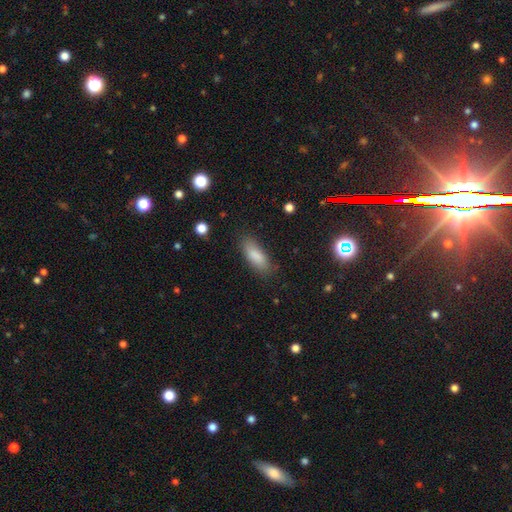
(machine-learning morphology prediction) smooth_or_featured: smooth (p=0.85) [alt: featured or disk p=0.08]
how_rounded: in between (p=0.71) [alt: cigar-shaped p=0.27]
merging: none (p=0.80) [alt: minor disturbance p=0.15]